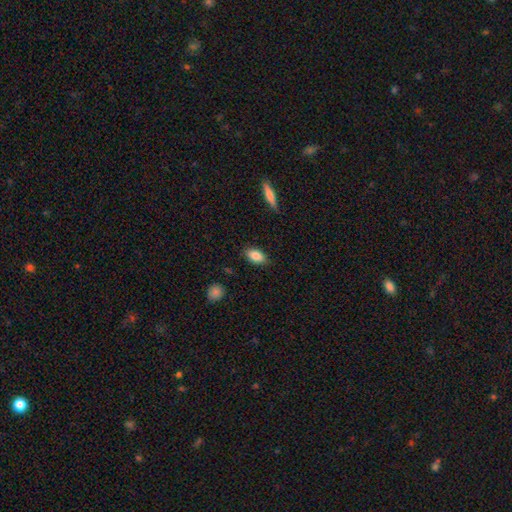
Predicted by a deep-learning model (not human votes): Smooth or featured? smooth (85%)
How rounded? in between (90%)
Merging? none (84%)